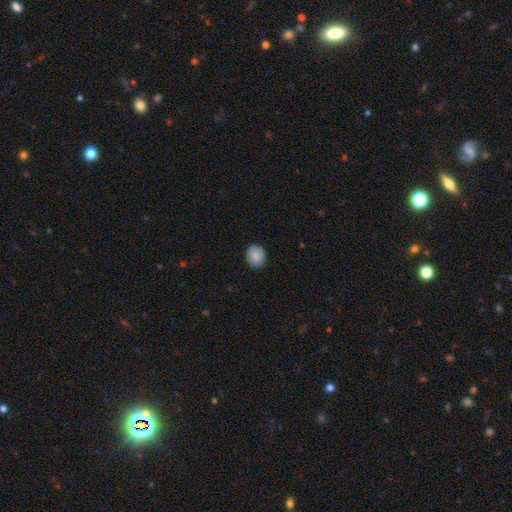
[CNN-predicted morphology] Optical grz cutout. It shows a smooth galaxy with no disk features (83%) that is round (71%). Merging: none (86%).